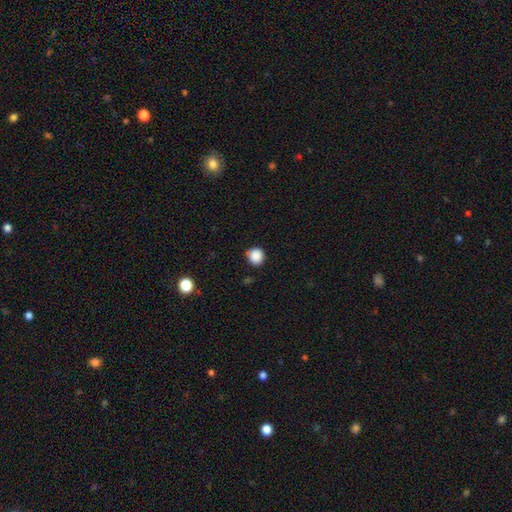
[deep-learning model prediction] Q: Smooth or featured?
A: smooth (88%); runner-up: star or artifact (9%)
Q: How rounded?
A: round (88%); runner-up: in between (11%)
Q: Merging?
A: none (79%); runner-up: minor disturbance (16%)